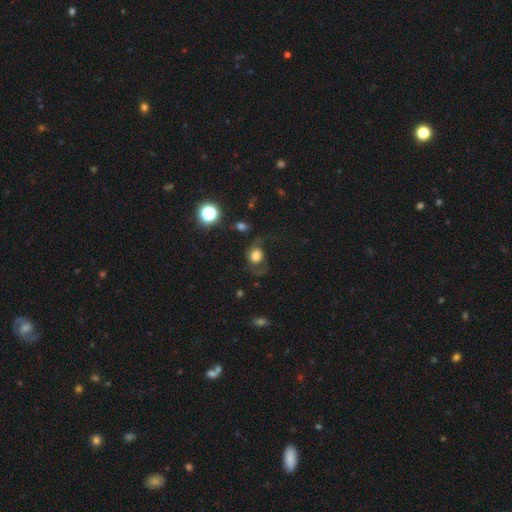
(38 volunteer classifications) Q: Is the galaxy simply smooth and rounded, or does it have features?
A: smooth — 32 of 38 (84%).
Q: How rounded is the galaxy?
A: round — 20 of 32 (62%).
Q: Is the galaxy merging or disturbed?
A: none — 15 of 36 (42%).